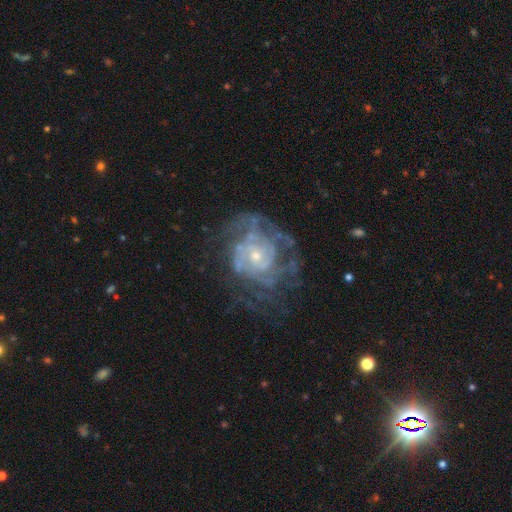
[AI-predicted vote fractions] A featured or disk galaxy (83%) with no bar (75%), tight (62%) spiral arms (85%) and a small central bulge (68%).

Vote fractions:
- Smooth or featured? featured or disk: 83% / smooth: 9% / star or artifact: 8%
- Edge-on disk? no: 97% / yes: 3%
- Bar? no: 75% / weak: 21% / strong: 4%
- Spiral arms? yes: 85% / no: 15%
- Spiral winding? tight: 62% / medium: 28% / loose: 9%
- Spiral arm count? can't tell: 48% / 2: 16% / 3: 13% / 4: 10% / more than 4: 7% / 1: 6%
- Bulge size? small: 68% / moderate: 27% / none: 2% / large: 2% / dominant: 1%
- Merging? none: 60% / minor disturbance: 19% / major disturbance: 19% / merger: 2%